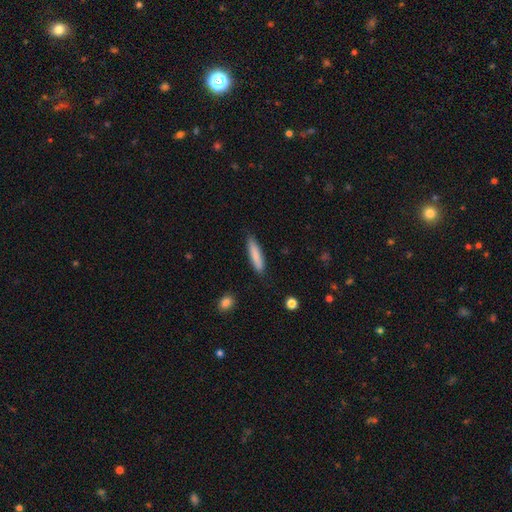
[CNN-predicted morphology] smooth-or-featured: smooth: 83% | featured or disk: 11% | star or artifact: 6%
  how-rounded: cigar-shaped: 84% | in between: 15% | round: 1%
  merging: none: 86% | minor disturbance: 11% | major disturbance: 2% | merger: 1%